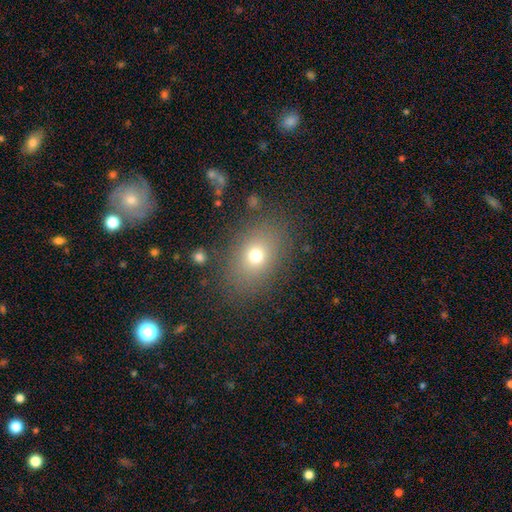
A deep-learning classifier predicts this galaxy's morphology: A smooth galaxy with no disk features (71%) that is in between round and cigar-shaped (67%).

Vote fractions:
- Smooth or featured? smooth: 71% / star or artifact: 15% / featured or disk: 14%
- How rounded? in between: 67% / round: 31% / cigar-shaped: 2%
- Merging? none: 82% / minor disturbance: 11% / major disturbance: 5% / merger: 2%